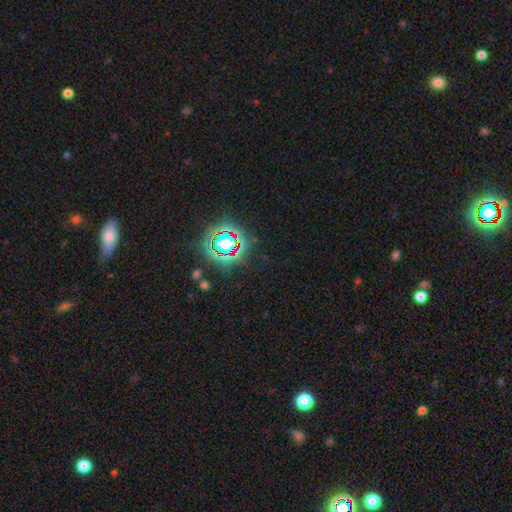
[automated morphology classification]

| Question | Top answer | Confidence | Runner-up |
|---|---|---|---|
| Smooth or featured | star or artifact | 78% | smooth (13%) |